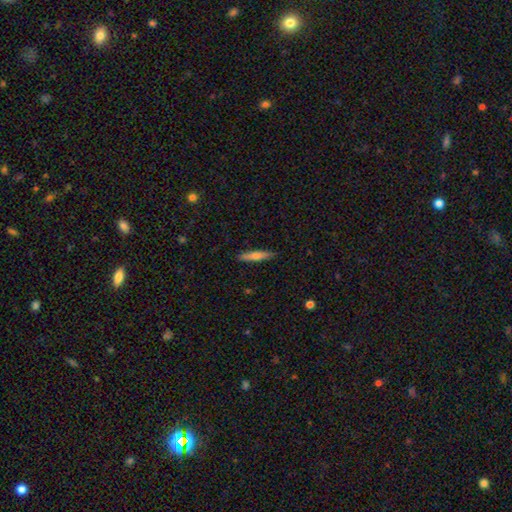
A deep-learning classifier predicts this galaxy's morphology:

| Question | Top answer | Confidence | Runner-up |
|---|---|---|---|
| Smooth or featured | smooth | 62% | featured or disk (32%) |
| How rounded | cigar-shaped | 89% | in between (9%) |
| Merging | none | 90% | minor disturbance (8%) |